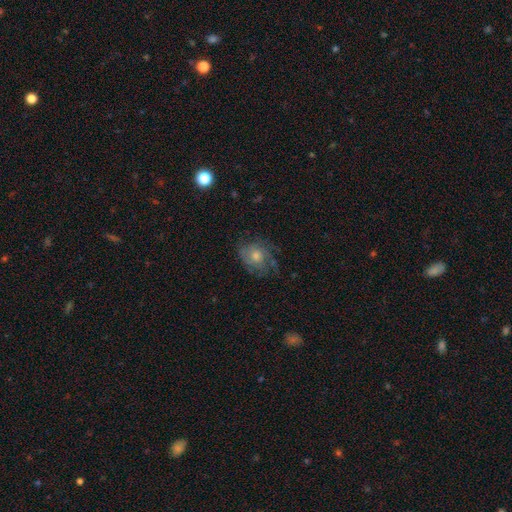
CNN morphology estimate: type=featured or disk (48%); merging=none (58%).